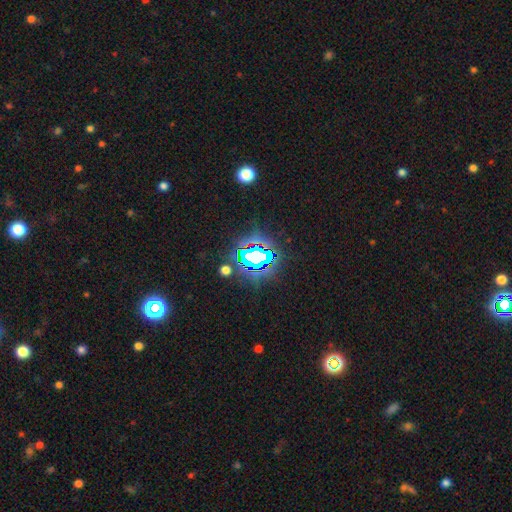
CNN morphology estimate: smooth_or_featured: star or artifact (p=0.66) [alt: smooth p=0.20]